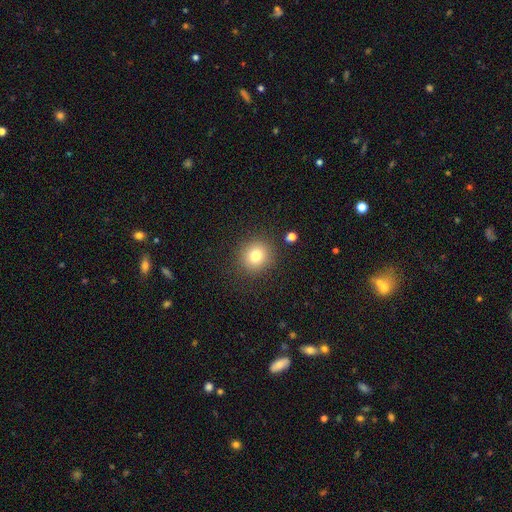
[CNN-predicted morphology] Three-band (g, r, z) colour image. It shows a smooth galaxy with no disk features (78%) that is round (90%). Merging: none (88%).